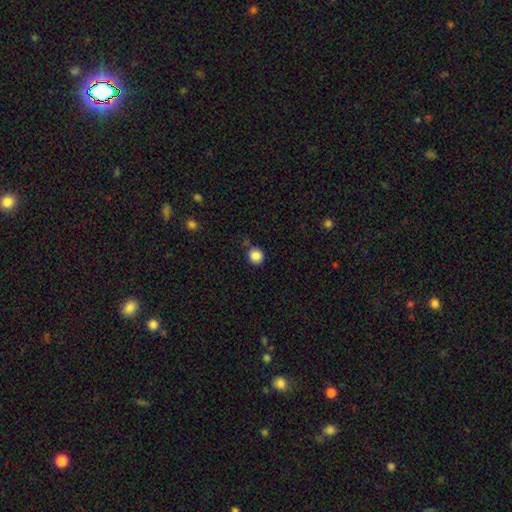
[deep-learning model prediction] Q: Smooth or featured?
A: smooth (87%); runner-up: star or artifact (10%)
Q: How rounded?
A: round (90%); runner-up: in between (9%)
Q: Merging?
A: none (78%); runner-up: minor disturbance (14%)